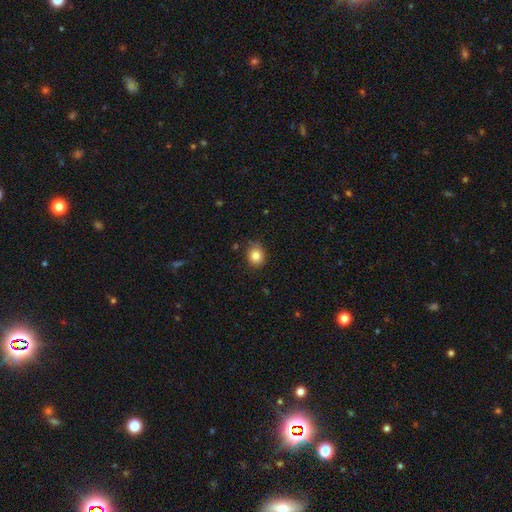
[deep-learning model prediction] Morphology: type=smooth (84%); roundness=round (78%); merging=none (82%).